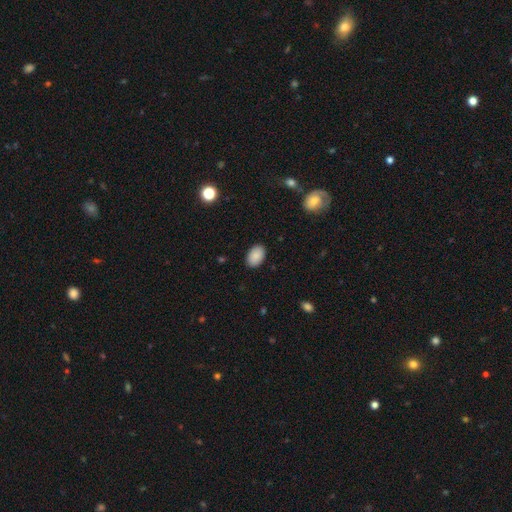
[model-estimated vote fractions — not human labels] smooth_or_featured: smooth (p=0.90) [alt: star or artifact p=0.07]
how_rounded: in between (p=0.91) [alt: round p=0.08]
merging: none (p=0.89) [alt: minor disturbance p=0.08]